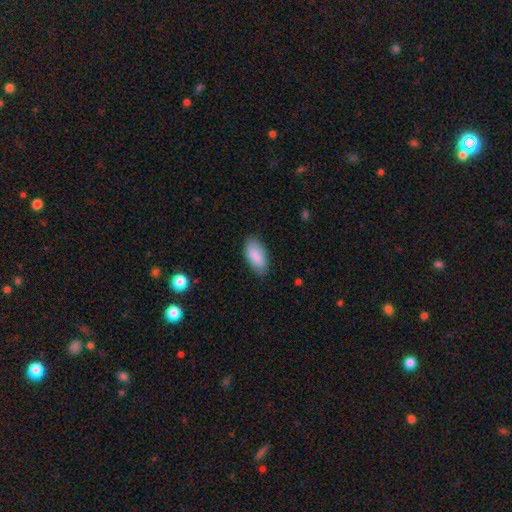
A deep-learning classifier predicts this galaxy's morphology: type=smooth (87%); roundness=in between (91%); merging=none (81%).